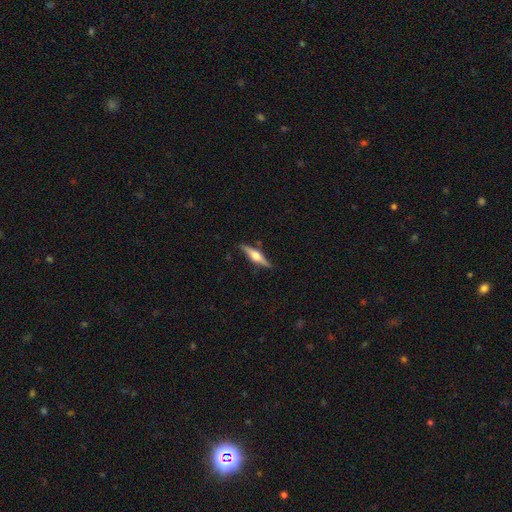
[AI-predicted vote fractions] Smooth or featured: featured or disk — 72% (smooth — 23%)
Edge-on disk: yes — 97% (no — 3%)
Edge-on bulge: rounded — 92% (boxy — 6%)
Merging: none — 86% (minor disturbance — 10%)